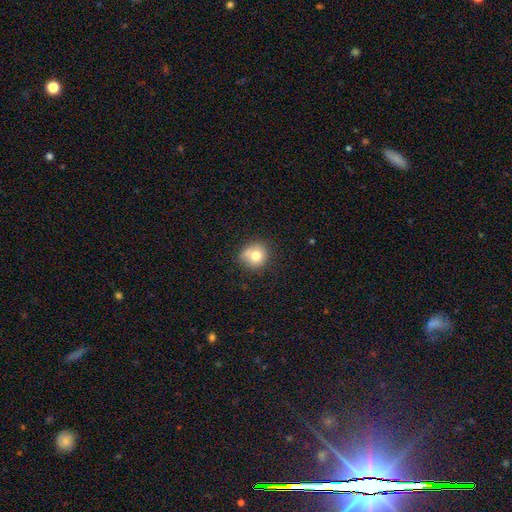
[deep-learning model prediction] Smooth or featured: smooth — 76% (featured or disk — 13%)
How rounded: round — 83% (in between — 16%)
Merging: none — 63% (minor disturbance — 23%)